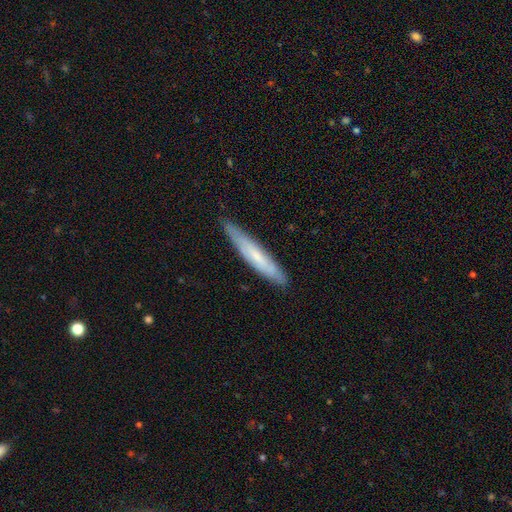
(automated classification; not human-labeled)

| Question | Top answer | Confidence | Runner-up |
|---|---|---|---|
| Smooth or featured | smooth | 50% | featured or disk (44%) |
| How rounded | cigar-shaped | 92% | in between (7%) |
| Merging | none | 84% | minor disturbance (13%) |